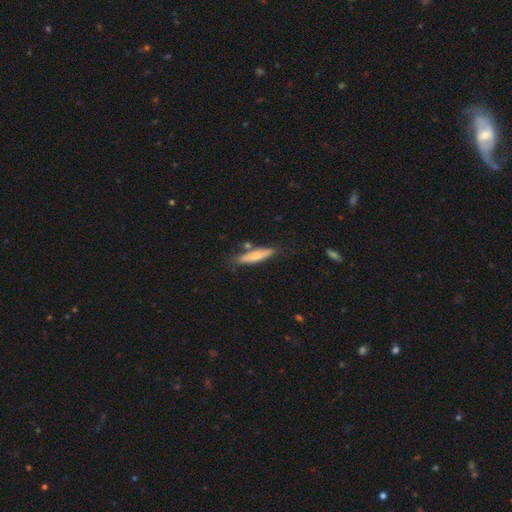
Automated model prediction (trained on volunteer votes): Smooth or featured?
  - smooth: 62% *
  - featured or disk: 32%
  - star or artifact: 6%
How rounded?
  - cigar-shaped: 81% *
  - in between: 17%
  - round: 2%
Merging?
  - none: 73% *
  - minor disturbance: 15%
  - merger: 8%
  - major disturbance: 3%